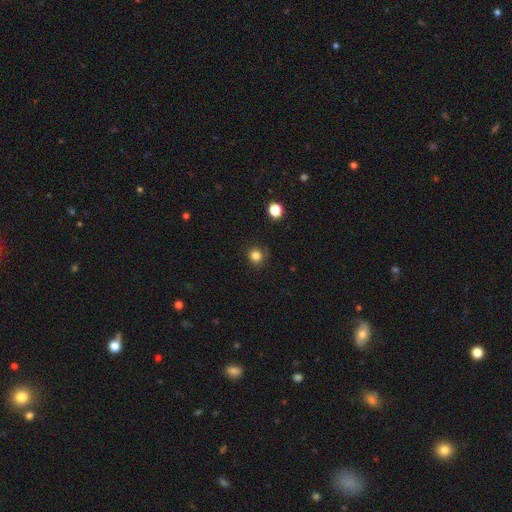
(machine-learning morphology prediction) A smooth galaxy with no disk features (83%) that is round (92%). Merging: none (86%).